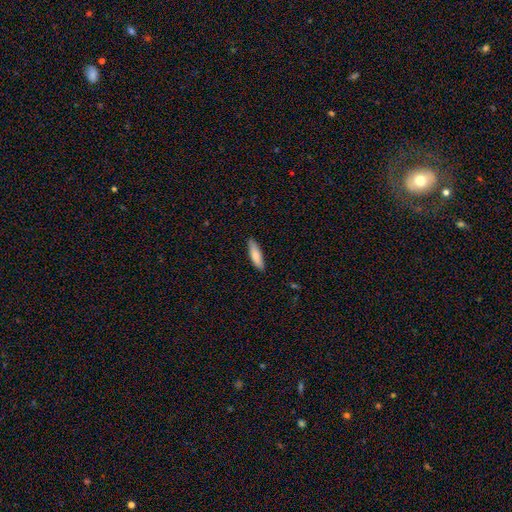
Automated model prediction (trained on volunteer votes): smooth_or_featured: smooth (p=0.81) [alt: featured or disk p=0.13]
how_rounded: cigar-shaped (p=0.63) [alt: in between p=0.35]
merging: none (p=0.87) [alt: minor disturbance p=0.11]